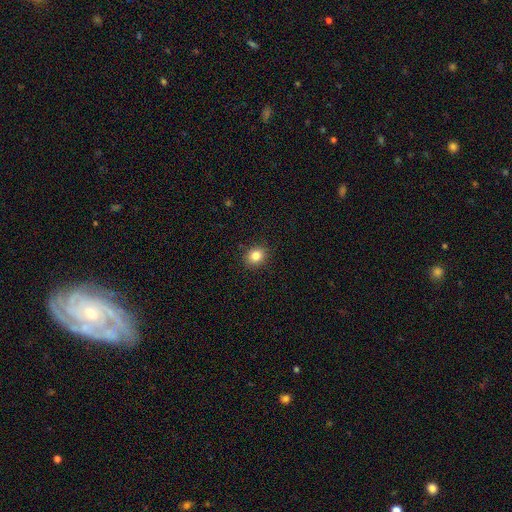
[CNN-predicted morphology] A smooth galaxy with no disk features (84%) that is round (66%). Merging: none (89%).